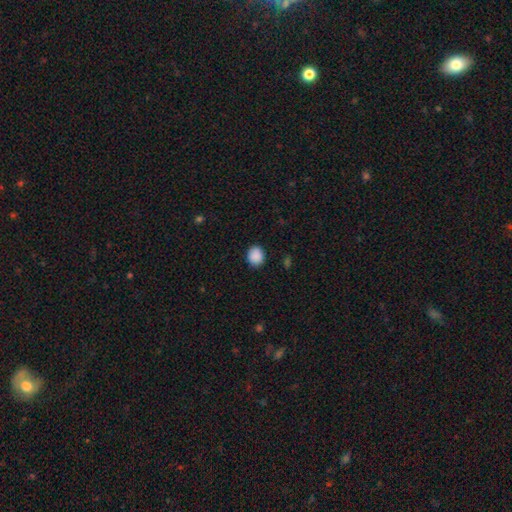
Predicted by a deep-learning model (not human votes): This appears to be a smooth galaxy with no disk features (89%) that is round (66%). Merging: none (88%).